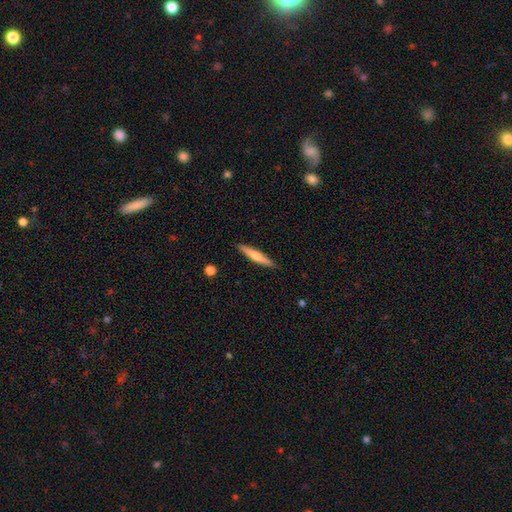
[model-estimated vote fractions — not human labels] Morphology: type=smooth (60%); roundness=cigar-shaped (92%); merging=none (90%).